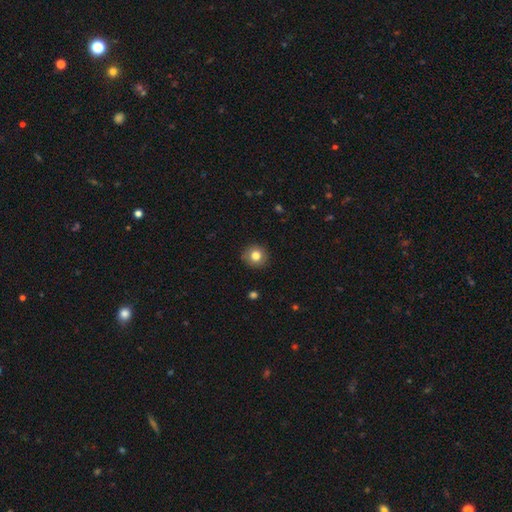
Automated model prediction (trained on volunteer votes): A smooth galaxy with no disk features (80%) that is round (91%). Merging: none (89%).